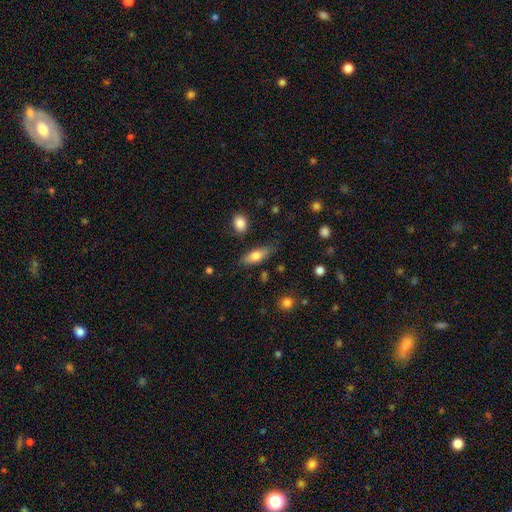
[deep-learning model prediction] This appears to be a smooth galaxy with no disk features (75%) that is in between round and cigar-shaped (71%). Merging: none (75%).